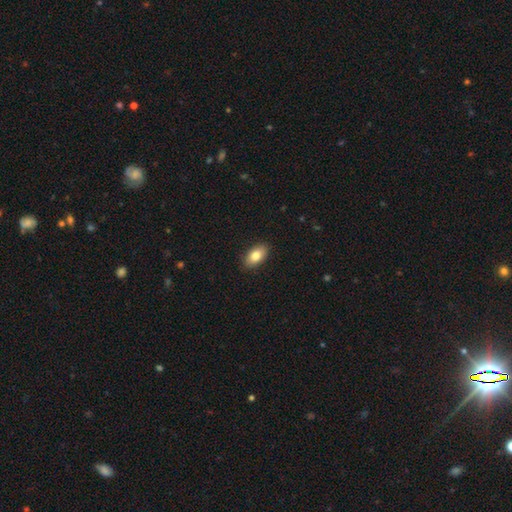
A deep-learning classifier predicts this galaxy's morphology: Overall: smooth (80%). How rounded: in between (92%). Merging: none (89%).